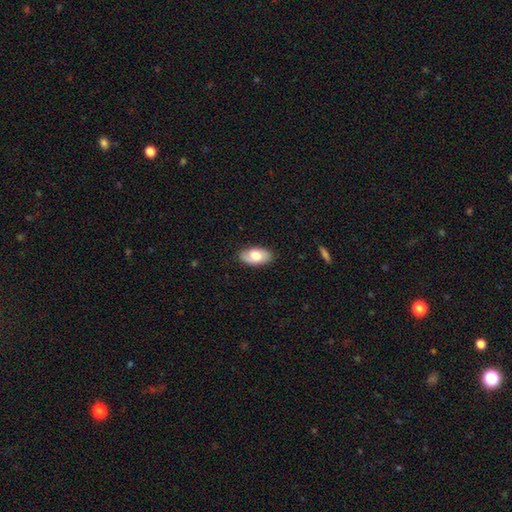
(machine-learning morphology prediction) smooth-or-featured: smooth: 71% | featured or disk: 22% | star or artifact: 6%
  how-rounded: in between: 94% | round: 4% | cigar-shaped: 2%
  merging: none: 86% | minor disturbance: 11% | major disturbance: 2% | merger: 1%